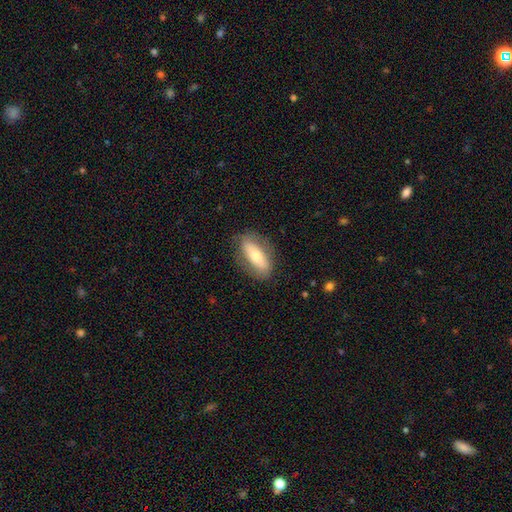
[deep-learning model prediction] The model was most divided on "smooth or featured": smooth: 56%, featured or disk: 38%, star or artifact: 7%. More confident: merging — none (81%); how rounded — in between (72%).